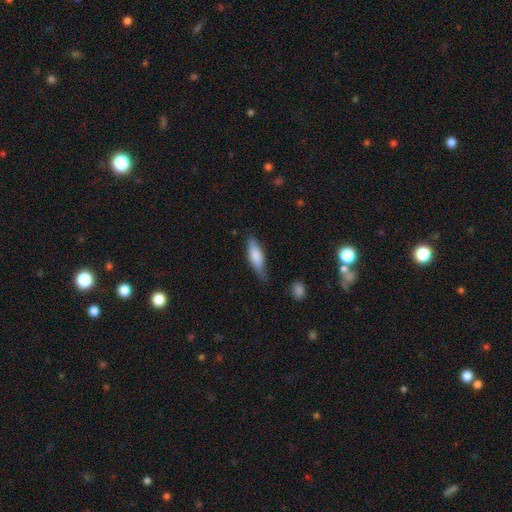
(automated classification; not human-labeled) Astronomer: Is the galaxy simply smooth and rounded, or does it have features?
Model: smooth — 74%.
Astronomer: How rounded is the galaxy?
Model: in between — 50% (runner-up: cigar-shaped, 48%).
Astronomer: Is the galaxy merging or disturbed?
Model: none — 58%.